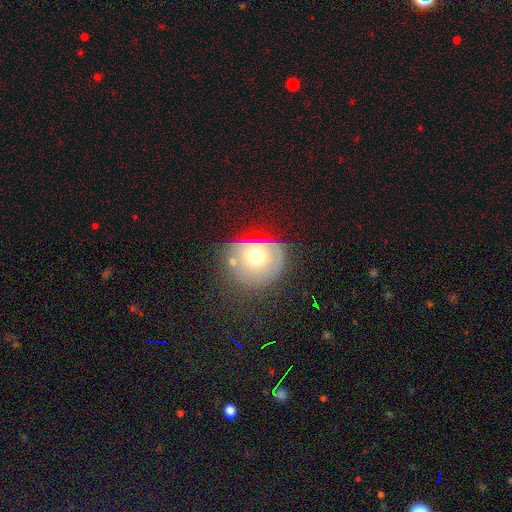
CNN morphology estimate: smooth 55%, featured or disk 34%, star or artifact 11%. Down the decision tree: how rounded — round (61%); merging — none (47%).